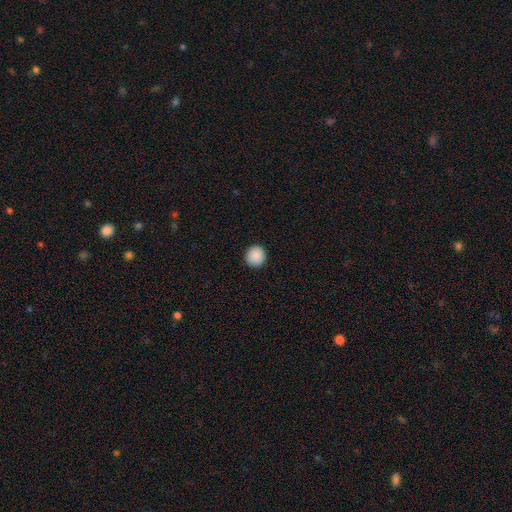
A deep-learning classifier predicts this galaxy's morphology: A smooth galaxy with no disk features (89%) that is round (94%). Merging: none (92%).